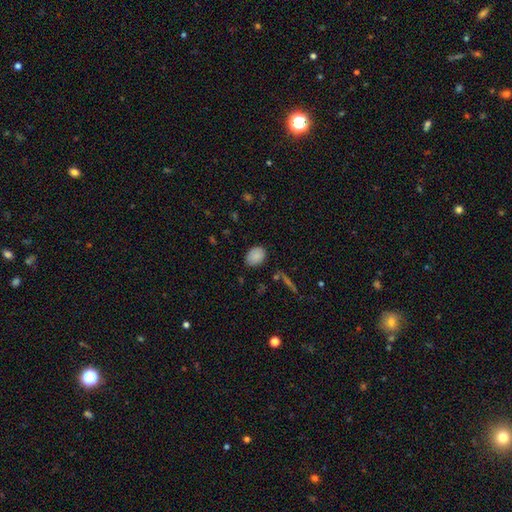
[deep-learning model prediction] Smooth or featured: smooth — 86% (star or artifact — 9%)
How rounded: in between — 74% (round — 25%)
Merging: none — 80% (minor disturbance — 16%)